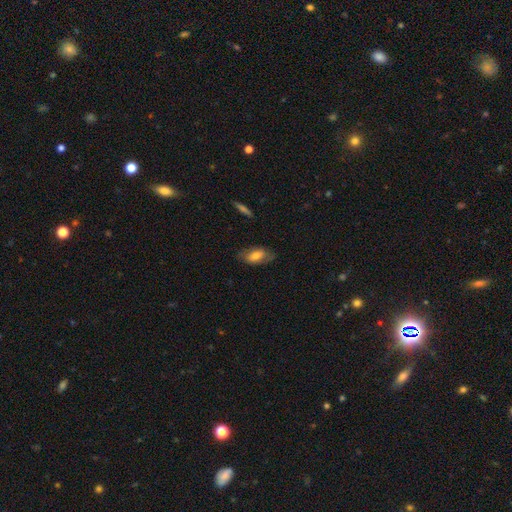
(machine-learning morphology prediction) A smooth galaxy with no disk features (65%) that is in between round and cigar-shaped (89%). Merging: none (72%).